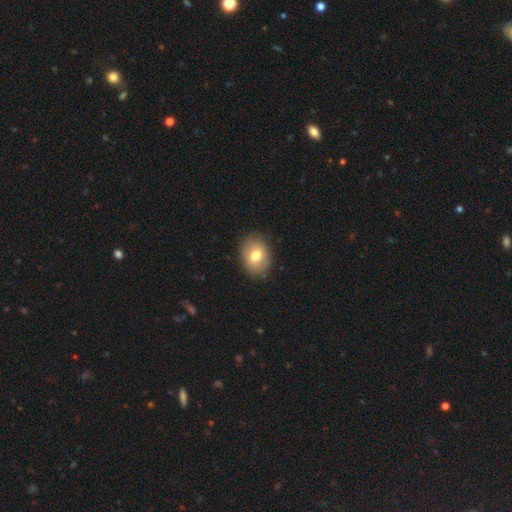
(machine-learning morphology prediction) A smooth galaxy with no disk features (77%) that is in between round and cigar-shaped (68%). Merging: none (86%).